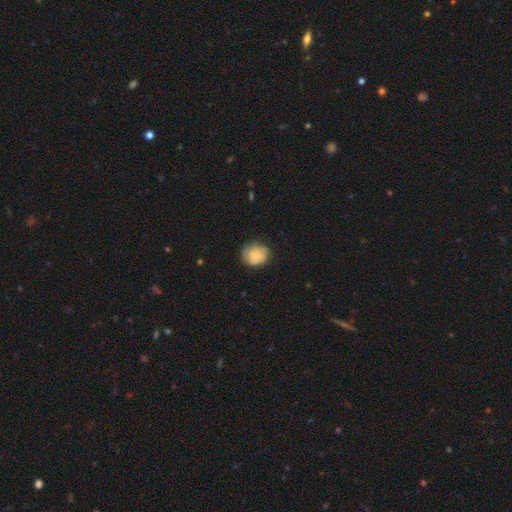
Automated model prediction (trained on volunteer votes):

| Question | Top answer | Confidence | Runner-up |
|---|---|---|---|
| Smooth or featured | smooth | 61% | featured or disk (31%) |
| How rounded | round | 79% | in between (20%) |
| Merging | none | 69% | minor disturbance (23%) |